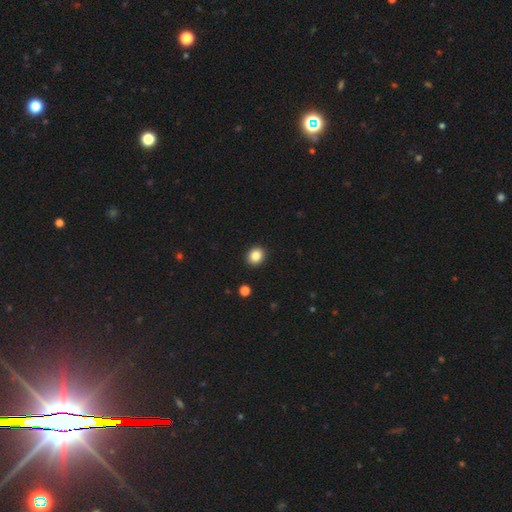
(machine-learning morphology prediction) Smooth or featured? Predicted: smooth (p=0.85). How rounded? Predicted: round (p=0.75). Merging? Predicted: none (p=0.92).